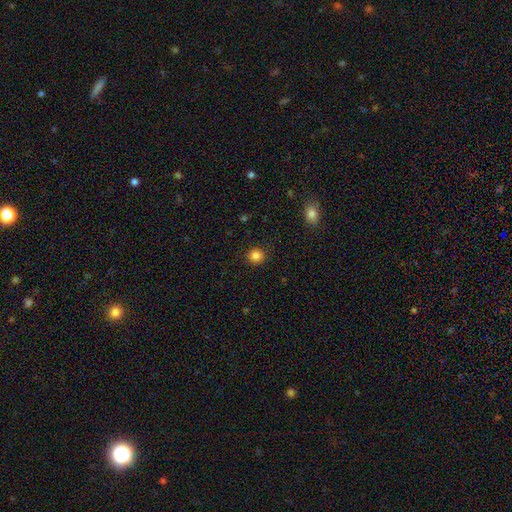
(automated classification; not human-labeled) A smooth galaxy with no disk features (85%) that is round (91%). Merging: none (90%).